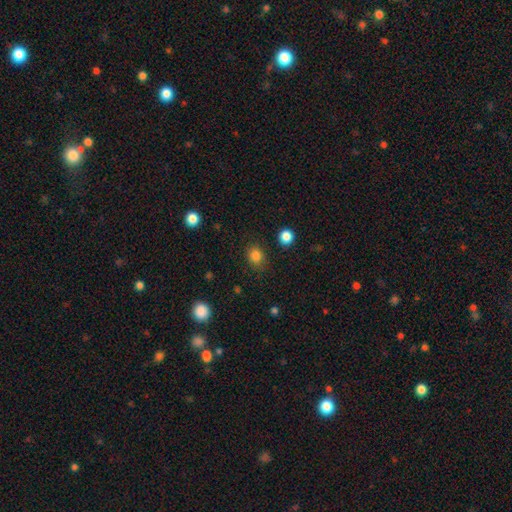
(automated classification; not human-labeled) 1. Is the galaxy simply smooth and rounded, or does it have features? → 83% smooth, 12% star or artifact, 5% featured or disk.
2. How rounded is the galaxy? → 66% round, 33% in between, 1% cigar-shaped.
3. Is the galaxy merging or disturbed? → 84% none, 11% minor disturbance, 3% major disturbance, 2% merger.